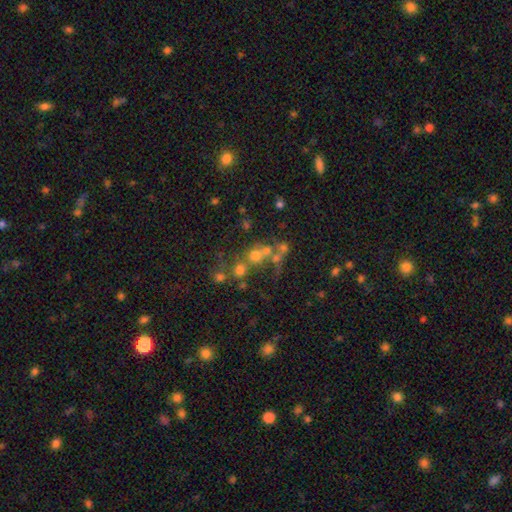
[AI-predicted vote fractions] Morphology: type=smooth (54%); roundness=round (82%); merging=none (46%).